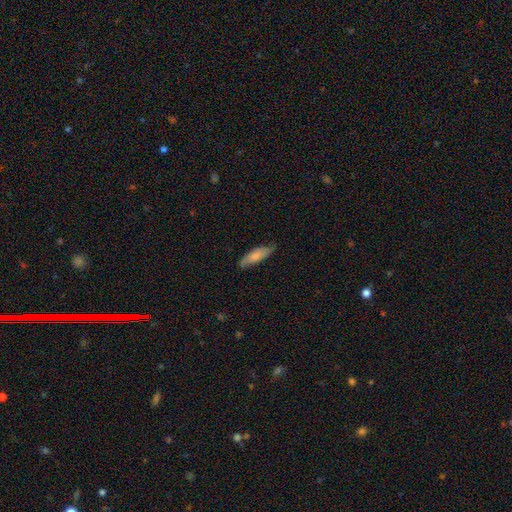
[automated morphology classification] A smooth galaxy with no disk features (73%) that is cigar-shaped (55%). Merging: none (76%).